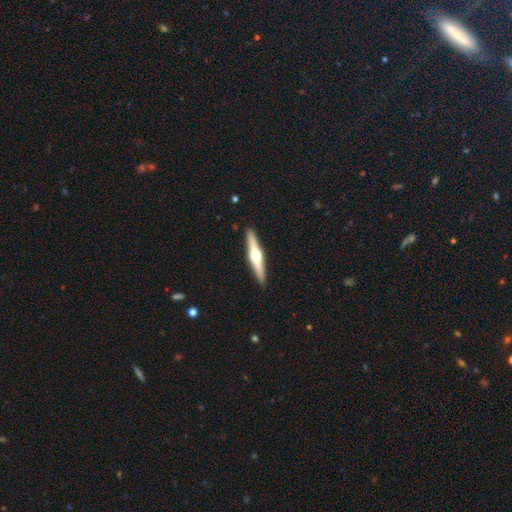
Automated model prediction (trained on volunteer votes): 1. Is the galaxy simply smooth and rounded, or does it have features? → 71% featured or disk, 25% smooth, 5% star or artifact.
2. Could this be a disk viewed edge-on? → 98% yes, 2% no.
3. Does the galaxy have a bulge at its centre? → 95% rounded, 2% boxy, 2% none.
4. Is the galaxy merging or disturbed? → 92% none, 6% minor disturbance, 1% major disturbance, 1% merger.